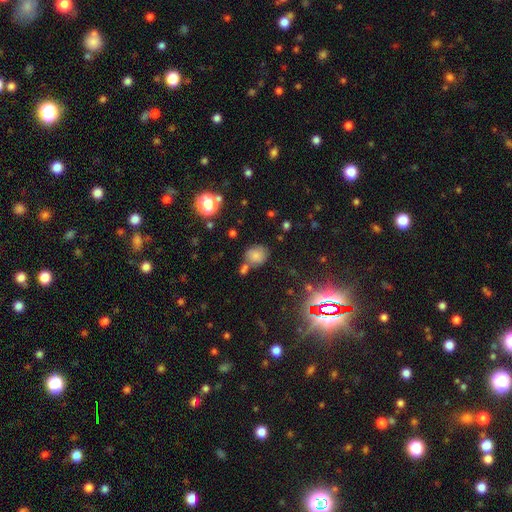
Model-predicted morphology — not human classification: Smooth or featured? smooth (71%)
How rounded? round (70%)
Merging? none (64%)